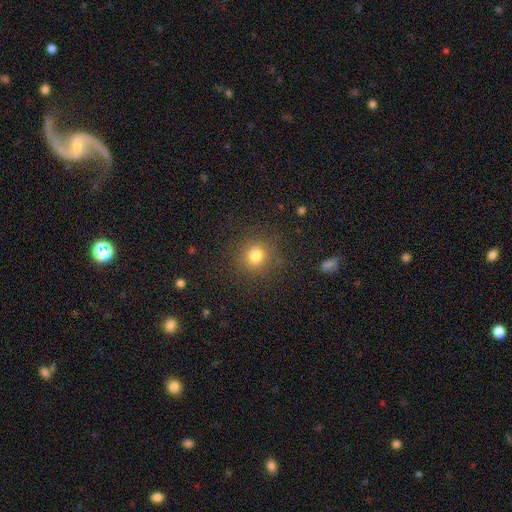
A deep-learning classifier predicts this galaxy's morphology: smooth 79%, star or artifact 15%, featured or disk 6%. Down the decision tree: how rounded — round (91%); merging — none (87%).